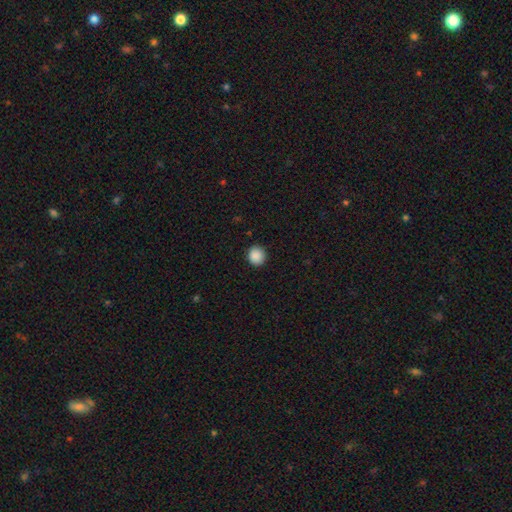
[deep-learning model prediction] Morphology: type=smooth (89%); roundness=round (89%); merging=none (92%).